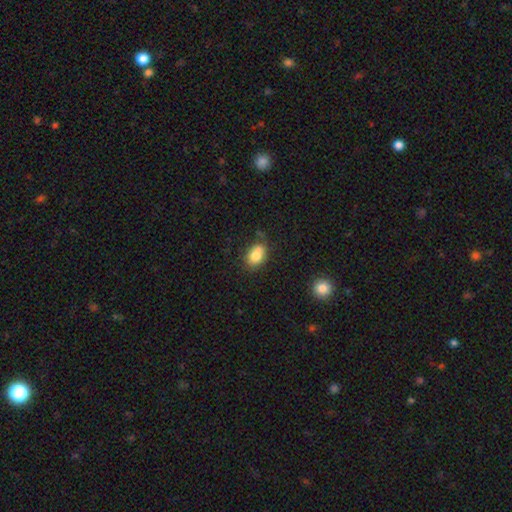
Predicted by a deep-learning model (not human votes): Overall: smooth (80%). How rounded: in between (72%). Merging: none (59%; minor disturbance 23%).